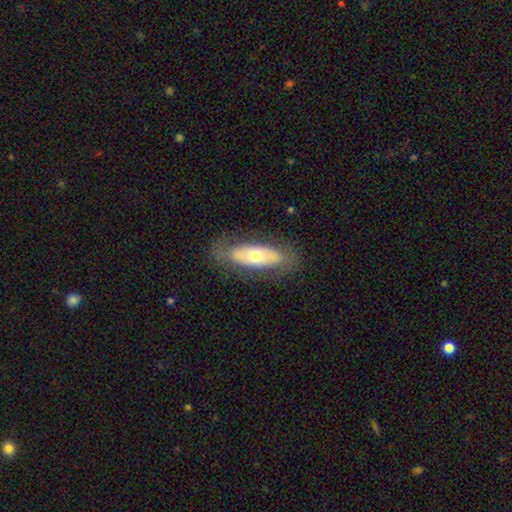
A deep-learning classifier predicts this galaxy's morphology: Q: Smooth or featured?
A: smooth (49%); runner-up: featured or disk (45%)
Q: Merging?
A: none (77%); runner-up: minor disturbance (15%)